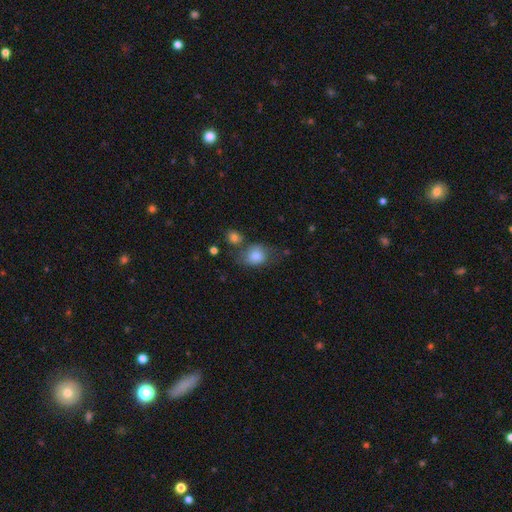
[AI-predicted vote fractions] Overall: smooth (77%). How rounded: in between (54%; round 45%). Merging: none (49%; minor disturbance 25%).